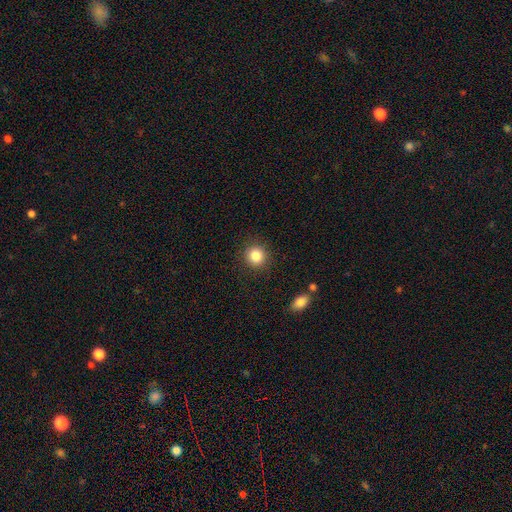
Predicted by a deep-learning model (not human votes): smooth_or_featured: smooth (p=0.85) [alt: star or artifact p=0.10]
how_rounded: round (p=0.89) [alt: in between p=0.10]
merging: none (p=0.90) [alt: minor disturbance p=0.07]